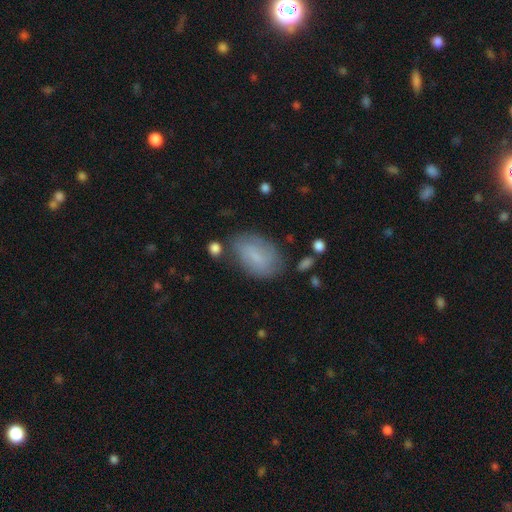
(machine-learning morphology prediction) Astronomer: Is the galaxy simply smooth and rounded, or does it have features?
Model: smooth — 62%.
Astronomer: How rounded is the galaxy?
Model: in between — 89%.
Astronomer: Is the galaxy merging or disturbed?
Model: none — 67%.